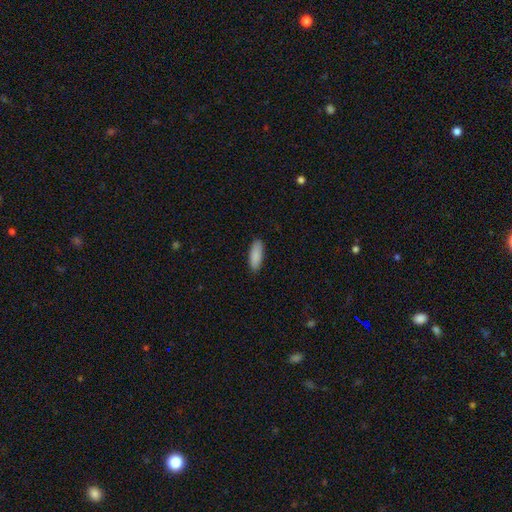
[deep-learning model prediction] Overall: smooth (89%). How rounded: in between (68%; cigar-shaped 30%). Merging: none (87%).